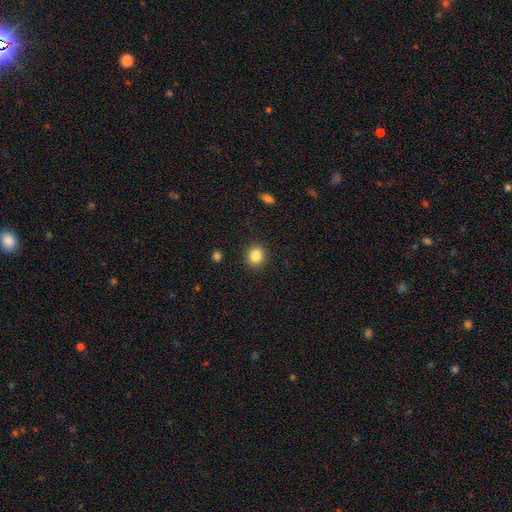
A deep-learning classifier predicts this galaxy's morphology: type=smooth (84%); roundness=round (73%); merging=none (90%).